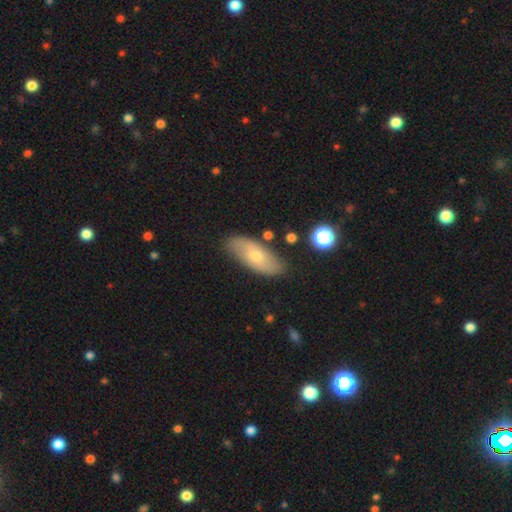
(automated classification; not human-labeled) Morphology: type=smooth (56%); roundness=in between (81%); merging=none (81%).